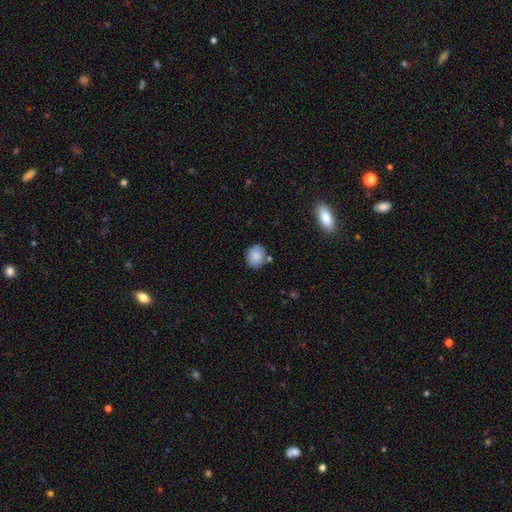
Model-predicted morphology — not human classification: A smooth galaxy with no disk features (86%) that is round (58%).

Vote fractions:
- Smooth or featured? smooth: 86% / star or artifact: 8% / featured or disk: 6%
- How rounded? round: 58% / in between: 40% / cigar-shaped: 1%
- Merging? none: 77% / minor disturbance: 15% / merger: 5% / major disturbance: 3%